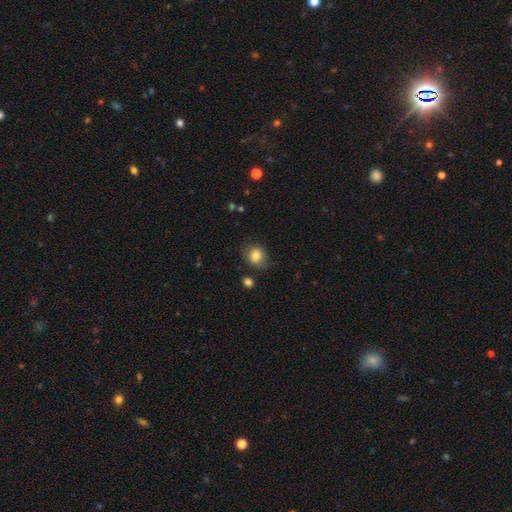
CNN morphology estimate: type=smooth (81%); roundness=round (61%); merging=none (76%).